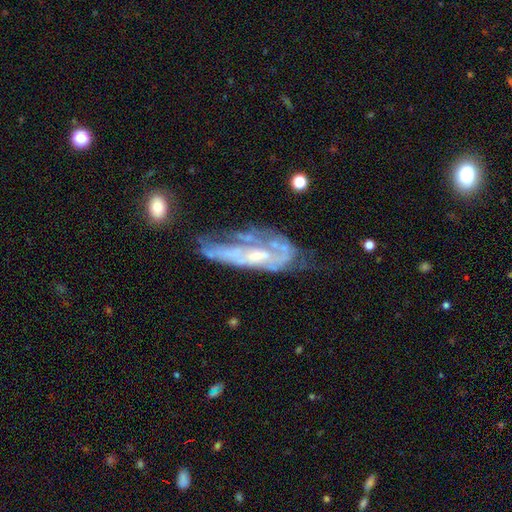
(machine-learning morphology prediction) smooth_or_featured: featured or disk (p=0.69) [alt: smooth p=0.21]
disk_edge_on: no (p=0.84) [alt: yes p=0.16]
bar: no (p=0.71) [alt: weak p=0.22]
has_spiral_arms: no (p=0.53) [alt: yes p=0.47]
bulge_size: small (p=0.43) [alt: moderate p=0.33]
merging: major disturbance (p=0.34) [alt: none p=0.30]